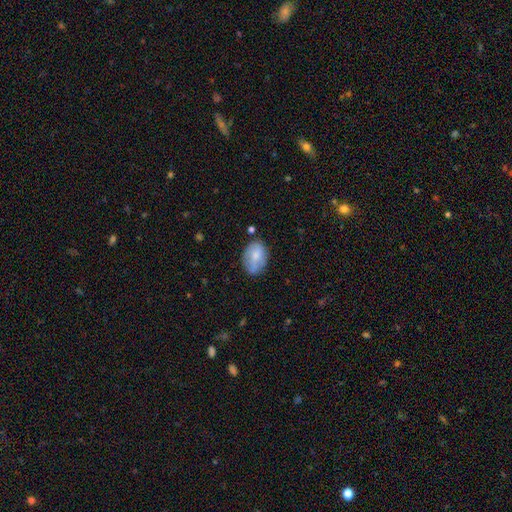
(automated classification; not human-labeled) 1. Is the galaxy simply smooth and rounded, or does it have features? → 67% smooth, 26% featured or disk, 7% star or artifact.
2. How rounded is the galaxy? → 83% in between, 16% round, 1% cigar-shaped.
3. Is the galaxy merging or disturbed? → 66% none, 24% minor disturbance, 6% major disturbance, 4% merger.